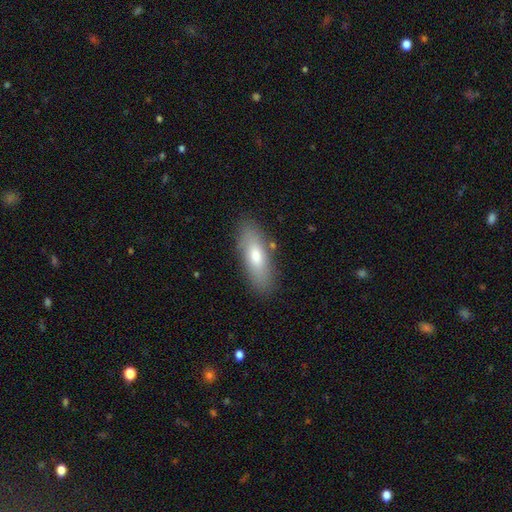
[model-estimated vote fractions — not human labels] Morphology: type=smooth (67%); roundness=in between (63%); merging=none (86%).